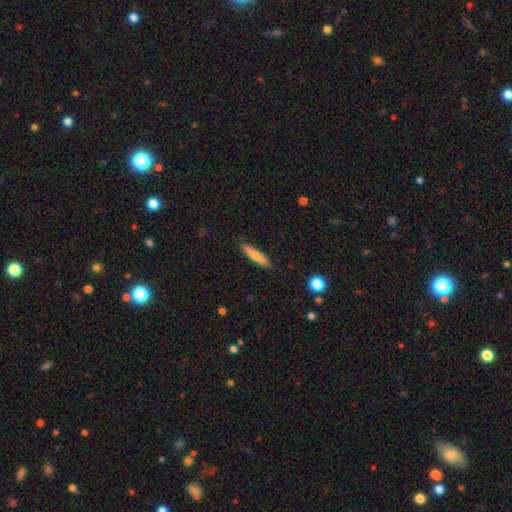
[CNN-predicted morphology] Smooth or featured? Predicted: smooth (p=0.75). How rounded? Predicted: cigar-shaped (p=0.87). Merging? Predicted: none (p=0.88).